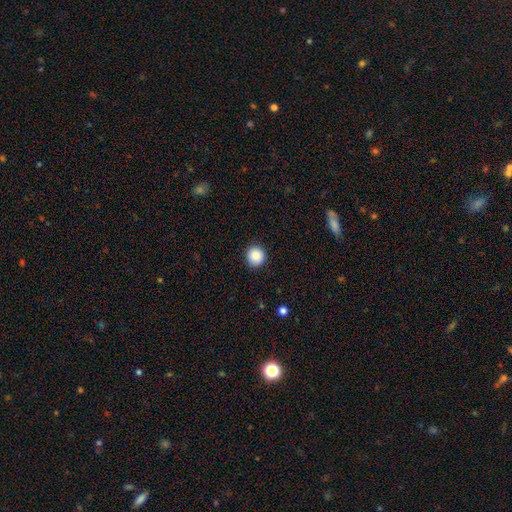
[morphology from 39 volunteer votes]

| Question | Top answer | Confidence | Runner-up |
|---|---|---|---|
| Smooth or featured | smooth | 90% | featured or disk (5%) |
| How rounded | round | 86% | in between (14%) |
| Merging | none | 95% | minor disturbance (5%) |